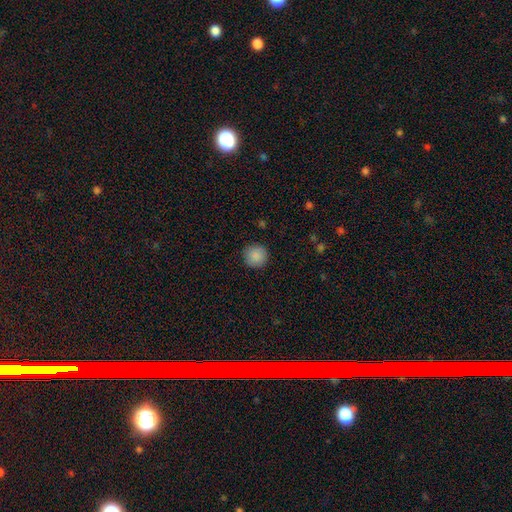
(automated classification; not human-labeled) smooth-or-featured: smooth: 88% | star or artifact: 8% | featured or disk: 3%
  how-rounded: round: 95% | in between: 4% | cigar-shaped: 1%
  merging: none: 91% | minor disturbance: 6% | major disturbance: 2% | merger: 1%